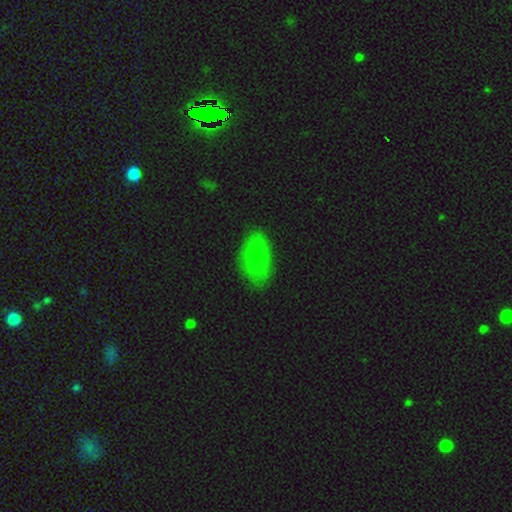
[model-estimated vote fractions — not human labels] Overall: smooth (78%). How rounded: in between (93%). Merging: none (71%).